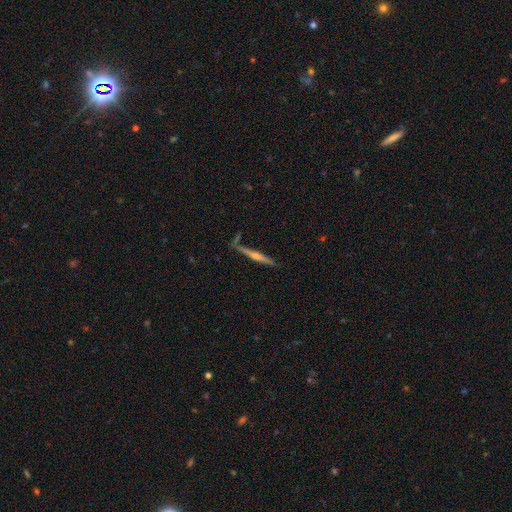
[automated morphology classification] This appears to be a featured or disk galaxy (68%) viewed edge-on (98%) with a rounded central bulge (70%). Merging: none (84%).